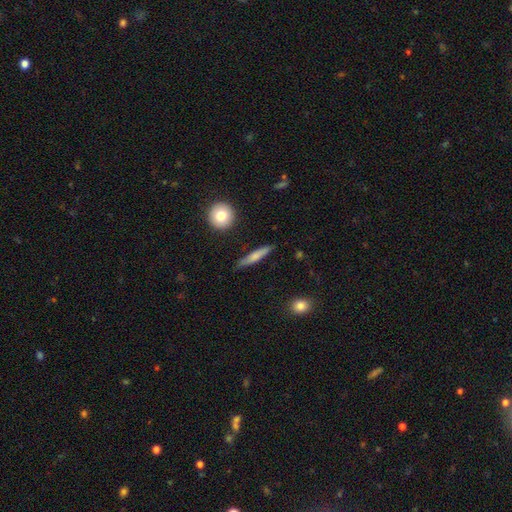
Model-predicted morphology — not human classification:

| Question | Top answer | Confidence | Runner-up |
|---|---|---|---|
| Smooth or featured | smooth | 63% | featured or disk (31%) |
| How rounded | cigar-shaped | 85% | in between (12%) |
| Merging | none | 85% | minor disturbance (11%) |